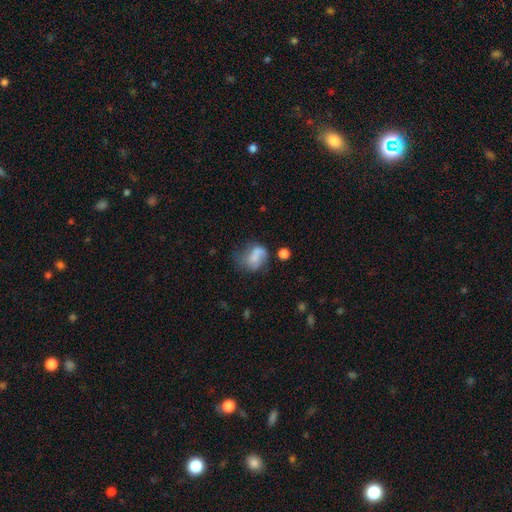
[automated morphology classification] smooth_or_featured: smooth (p=0.56) [alt: featured or disk p=0.33]
how_rounded: in between (p=0.57) [alt: round p=0.41]
merging: major disturbance (p=0.33) [alt: none p=0.32]